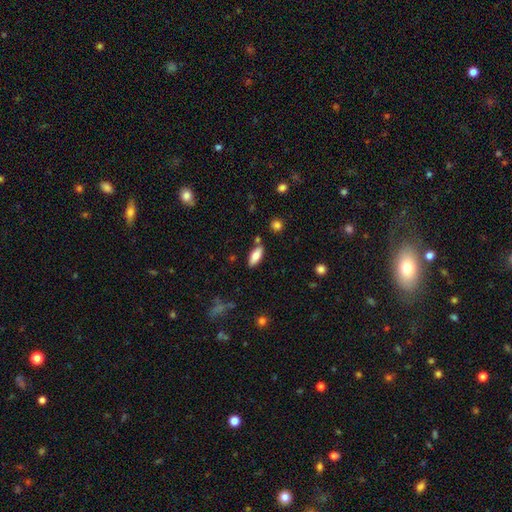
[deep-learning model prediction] Smooth or featured?
  - smooth: 77% *
  - featured or disk: 17%
  - star or artifact: 7%
How rounded?
  - in between: 76% *
  - cigar-shaped: 22%
  - round: 2%
Merging?
  - none: 82% *
  - minor disturbance: 11%
  - merger: 5%
  - major disturbance: 2%